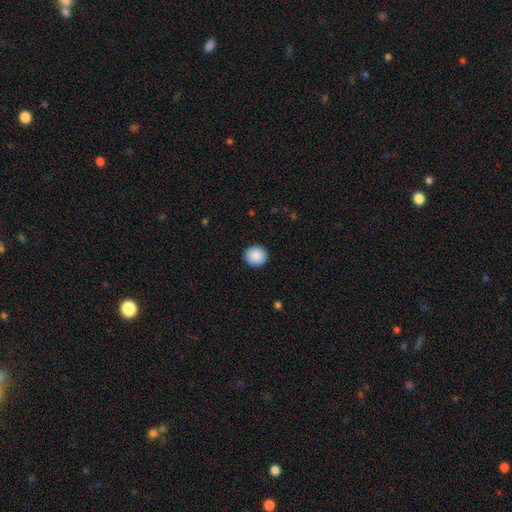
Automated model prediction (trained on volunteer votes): A smooth galaxy with no disk features (90%) that is round (90%). Merging: none (92%).